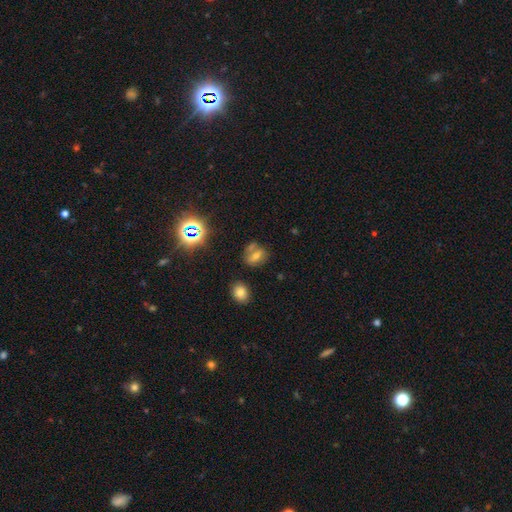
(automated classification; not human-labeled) The model was most divided on "how rounded": in between: 54%, round: 43%, cigar-shaped: 3%. More confident: merging — none (56%); smooth or featured — smooth (52%).